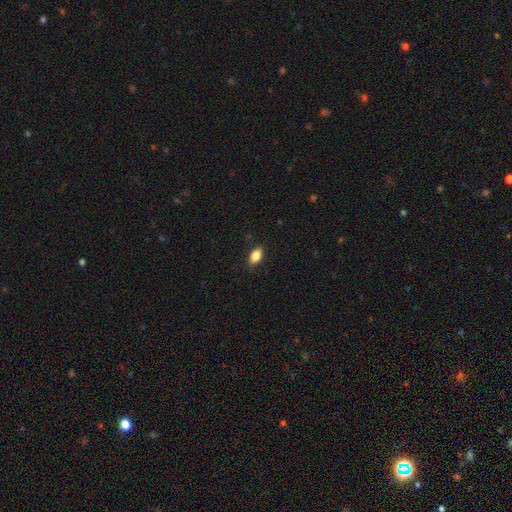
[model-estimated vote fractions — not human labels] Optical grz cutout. It shows a smooth galaxy with no disk features (84%) that is in between round and cigar-shaped (89%). Merging: none (87%).